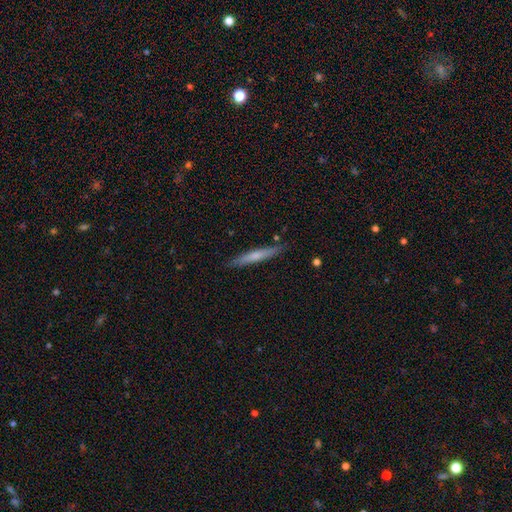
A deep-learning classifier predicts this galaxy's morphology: Smooth or featured? Predicted: smooth (p=0.59). How rounded? Predicted: cigar-shaped (p=0.95). Merging? Predicted: none (p=0.87).